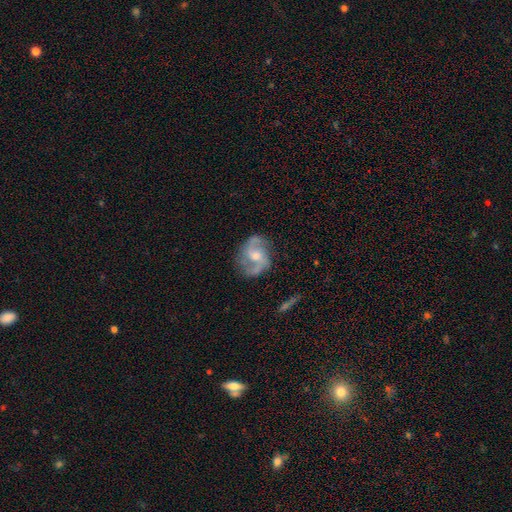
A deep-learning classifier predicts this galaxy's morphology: smooth_or_featured: featured or disk (p=0.81) [alt: smooth p=0.13]
disk_edge_on: no (p=0.97) [alt: yes p=0.03]
bar: no (p=0.46) [alt: weak p=0.43]
has_spiral_arms: yes (p=0.93) [alt: no p=0.07]
spiral_winding: medium (p=0.49) [alt: loose p=0.37]
spiral_arm_count: 2 (p=0.85) [alt: can't tell p=0.06]
bulge_size: moderate (p=0.60) [alt: small p=0.29]
merging: none (p=0.69) [alt: minor disturbance p=0.20]